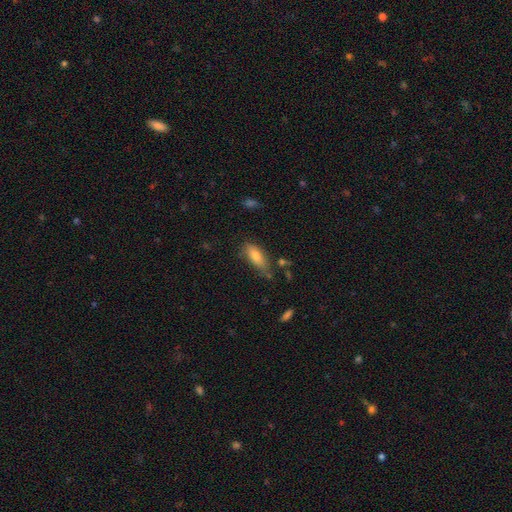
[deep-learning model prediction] This appears to be a smooth galaxy with no disk features (77%) that is in between round and cigar-shaped (76%). Merging: none (61%).